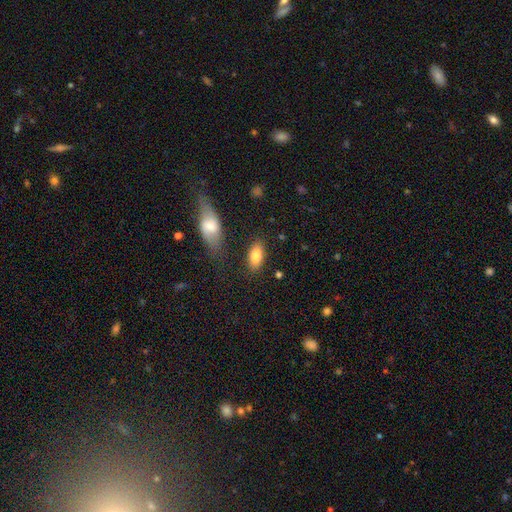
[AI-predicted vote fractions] A smooth galaxy with no disk features (81%) that is in between round and cigar-shaped (91%). Merging: none (81%).